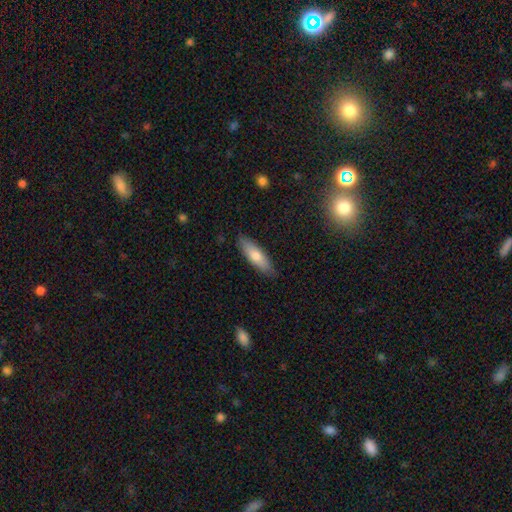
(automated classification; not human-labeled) A smooth galaxy with no disk features (70%) that is cigar-shaped (56%). Merging: none (87%).